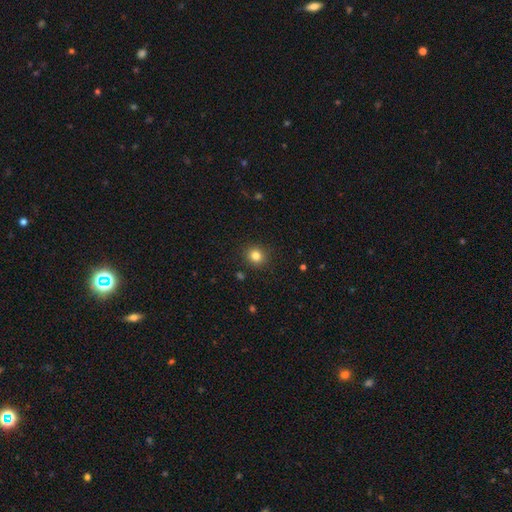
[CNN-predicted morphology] Smooth or featured? smooth (82%)
How rounded? round (87%)
Merging? none (90%)